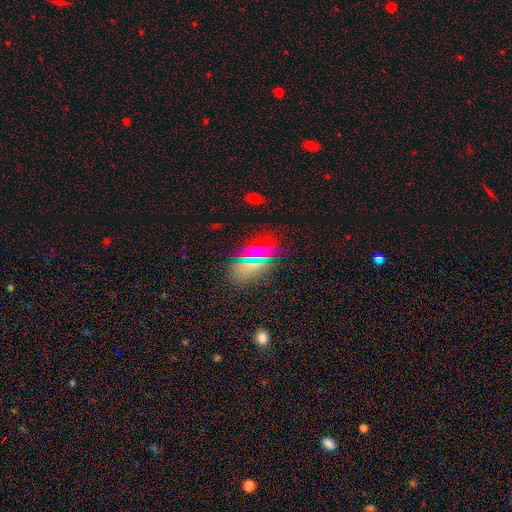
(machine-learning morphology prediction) Overall: smooth (55%; star or artifact 30%). How rounded: in between (79%). Merging: none (77%).